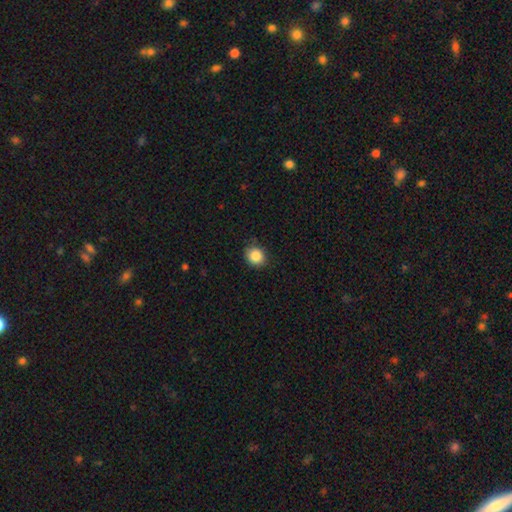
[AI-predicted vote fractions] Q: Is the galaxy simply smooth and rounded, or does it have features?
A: smooth — 86%.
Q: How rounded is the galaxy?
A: round — 75%.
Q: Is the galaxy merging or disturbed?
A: none — 85%.